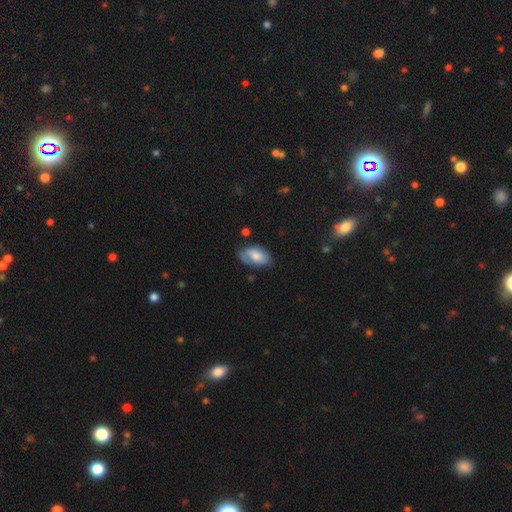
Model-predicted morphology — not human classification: Smooth or featured: smooth — 63% (featured or disk — 30%)
How rounded: in between — 93% (round — 5%)
Merging: none — 61% (minor disturbance — 28%)